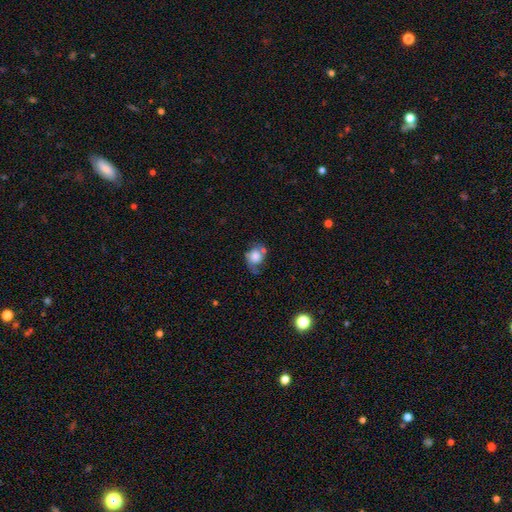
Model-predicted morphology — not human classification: smooth 59%, featured or disk 31%, star or artifact 10%. Down the decision tree: how rounded — round (56%); merging — none (44%).